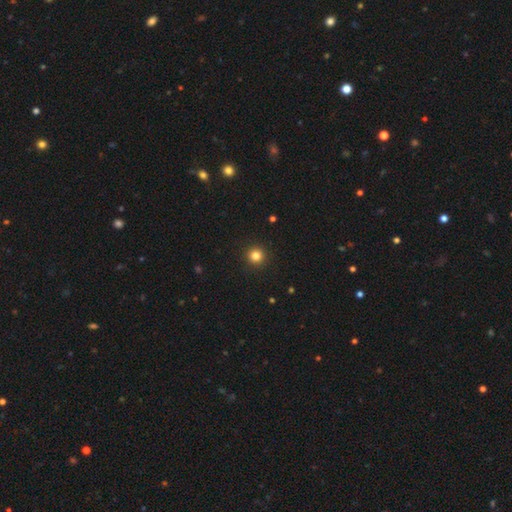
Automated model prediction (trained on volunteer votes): Smooth or featured: smooth — 82% (star or artifact — 13%)
How rounded: round — 96% (in between — 3%)
Merging: none — 93% (minor disturbance — 4%)